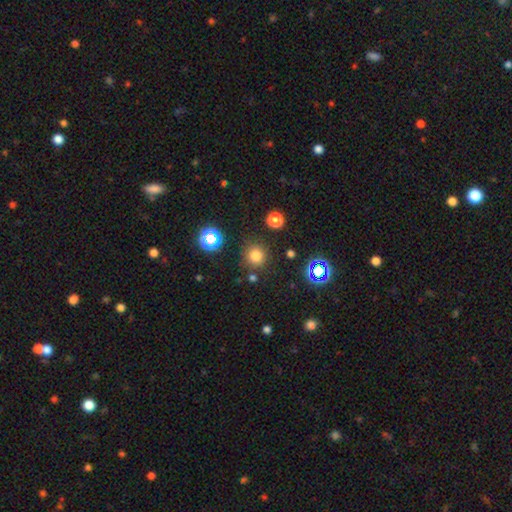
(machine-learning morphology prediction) Smooth or featured: smooth — 73% (star or artifact — 21%)
How rounded: round — 94% (in between — 5%)
Merging: none — 85% (minor disturbance — 8%)